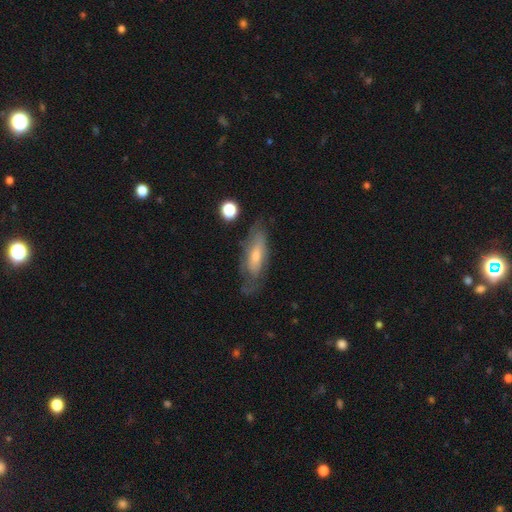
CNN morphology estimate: Q: Smooth or featured?
A: featured or disk (53%); runner-up: smooth (39%)
Q: Edge-on disk?
A: no (72%); runner-up: yes (28%)
Q: Merging?
A: none (62%); runner-up: minor disturbance (24%)